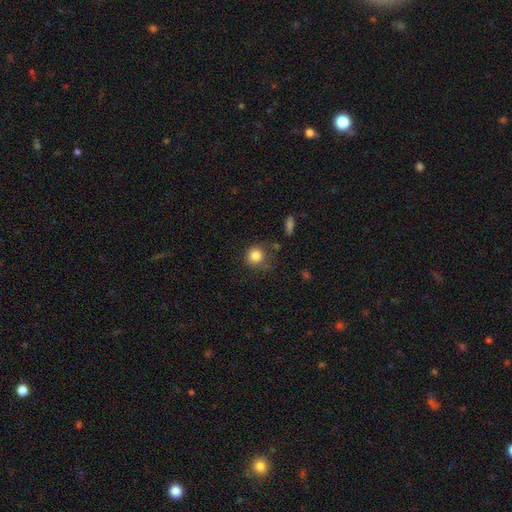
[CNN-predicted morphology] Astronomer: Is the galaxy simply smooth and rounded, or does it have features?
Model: smooth — 83%.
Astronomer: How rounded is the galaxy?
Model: round — 90%.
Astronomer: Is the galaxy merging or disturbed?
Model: none — 71%.